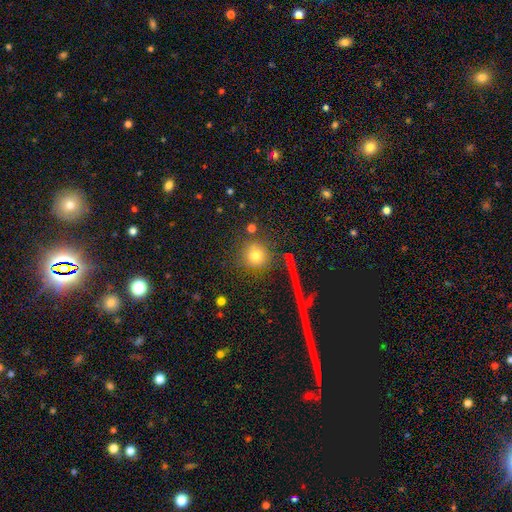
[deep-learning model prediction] Smooth or featured? Predicted: smooth (p=0.75). How rounded? Predicted: round (p=0.93). Merging? Predicted: none (p=0.82).